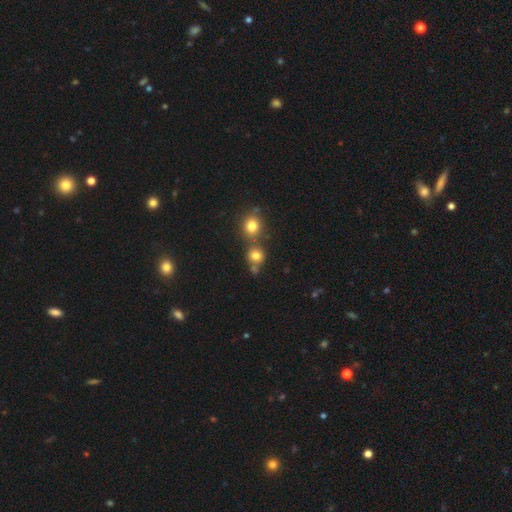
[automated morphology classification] smooth_or_featured: smooth (p=0.77) [alt: star or artifact p=0.15]
how_rounded: round (p=0.83) [alt: in between p=0.16]
merging: none (p=0.57) [alt: merger p=0.30]